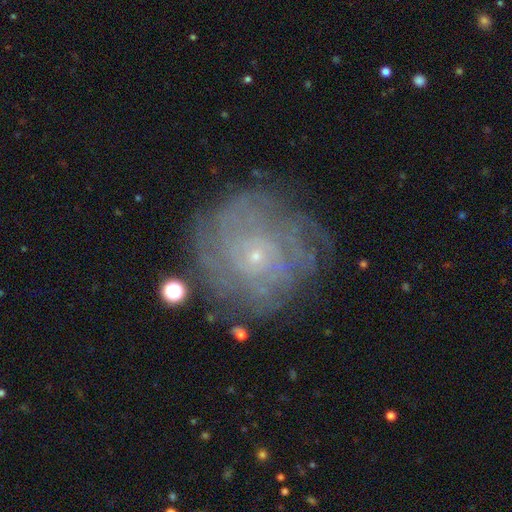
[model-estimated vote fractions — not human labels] Smooth or featured?
  - featured or disk: 76% *
  - smooth: 14%
  - star or artifact: 9%
Edge-on disk?
  - no: 97% *
  - yes: 3%
Bar?
  - no: 84% *
  - weak: 13%
  - strong: 3%
Spiral arms?
  - yes: 86% *
  - no: 14%
Spiral winding?
  - tight: 74% *
  - medium: 19%
  - loose: 7%
Spiral arm count?
  - can't tell: 45% *
  - more than 4: 15%
  - 4: 15%
  - 3: 10%
  - 2: 9%
  - 1: 6%
Bulge size?
  - small: 88% *
  - moderate: 7%
  - none: 2%
  - large: 1%
  - dominant: 1%
Merging?
  - none: 72% *
  - minor disturbance: 17%
  - major disturbance: 9%
  - merger: 2%